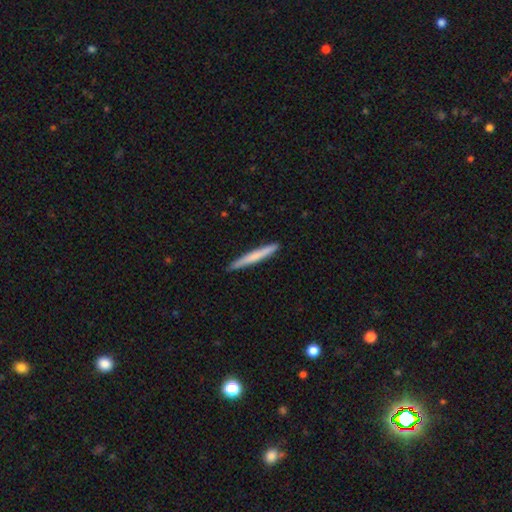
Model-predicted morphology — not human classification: A smooth galaxy with no disk features (67%) that is cigar-shaped (97%).

Vote fractions:
- Smooth or featured? smooth: 67% / featured or disk: 28% / star or artifact: 5%
- How rounded? cigar-shaped: 97% / in between: 2% / round: 1%
- Merging? none: 90% / minor disturbance: 8% / major disturbance: 1% / merger: 1%